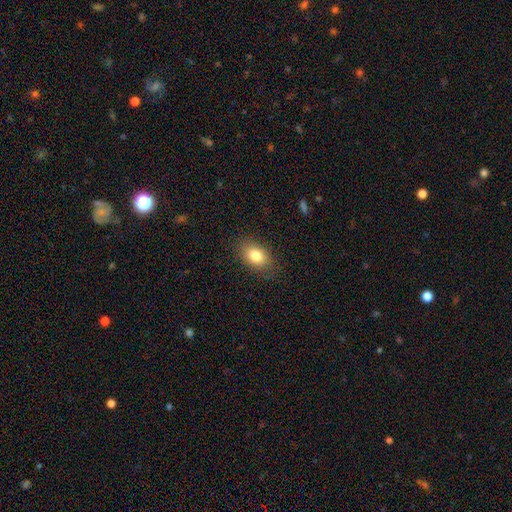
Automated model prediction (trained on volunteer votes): smooth 82%, featured or disk 9%, star or artifact 9%. Down the decision tree: how rounded — in between (83%); merging — none (85%).